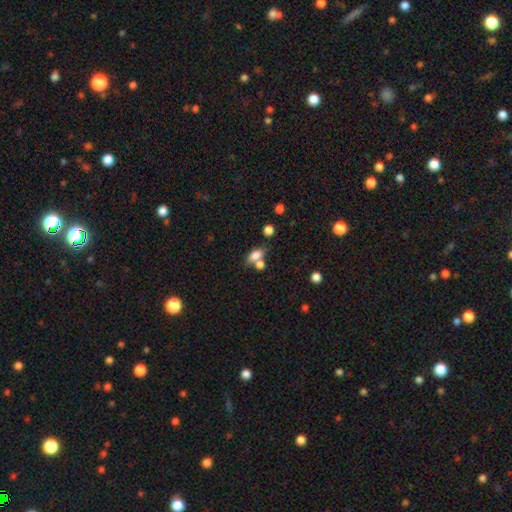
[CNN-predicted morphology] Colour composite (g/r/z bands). It shows a smooth galaxy with no disk features (78%) that is in between round and cigar-shaped (81%). Merging: none (43%).